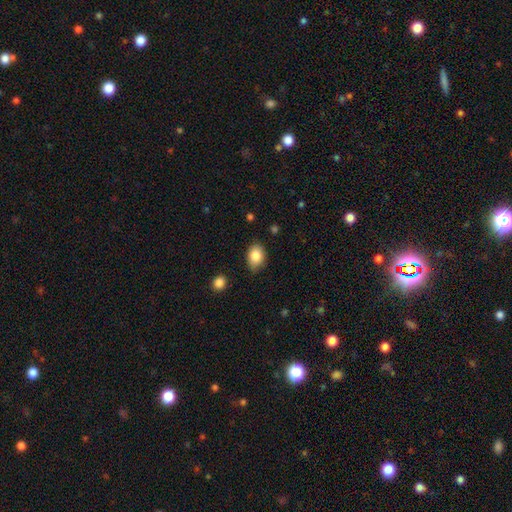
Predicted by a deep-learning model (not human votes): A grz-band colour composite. It shows a smooth galaxy with no disk features (85%) that is in between round and cigar-shaped (75%). Merging: none (77%).